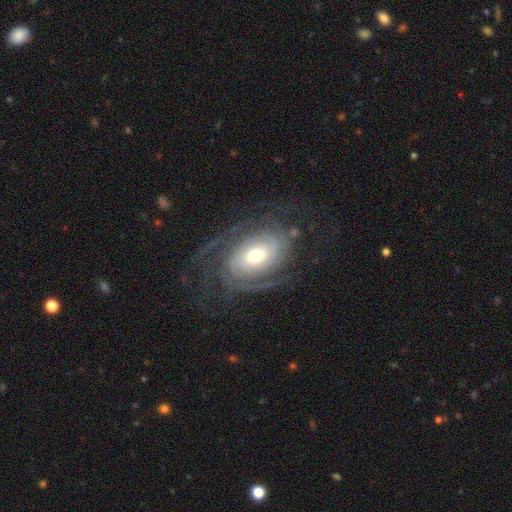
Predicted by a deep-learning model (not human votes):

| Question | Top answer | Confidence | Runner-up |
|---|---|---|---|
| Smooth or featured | featured or disk | 86% | smooth (8%) |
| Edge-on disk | no | 96% | yes (4%) |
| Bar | no | 58% | weak (30%) |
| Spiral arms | yes | 95% | no (5%) |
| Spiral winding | tight | 63% | medium (28%) |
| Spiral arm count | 2 | 33% | can't tell (28%) |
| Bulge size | moderate | 61% | small (24%) |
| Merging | none | 68% | minor disturbance (16%) |